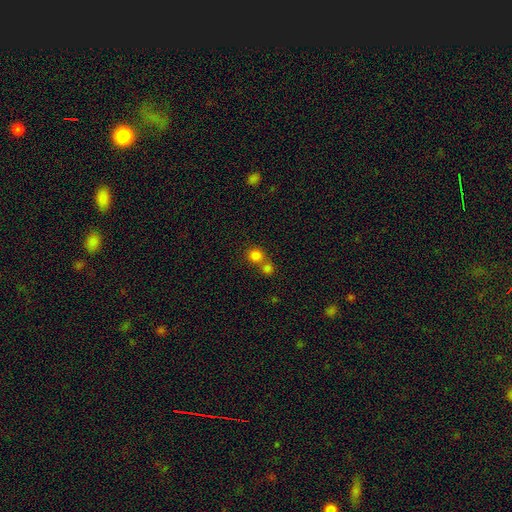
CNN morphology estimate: Smooth or featured? Predicted: smooth (p=0.80). How rounded? Predicted: round (p=0.87). Merging? Predicted: none (p=0.49).